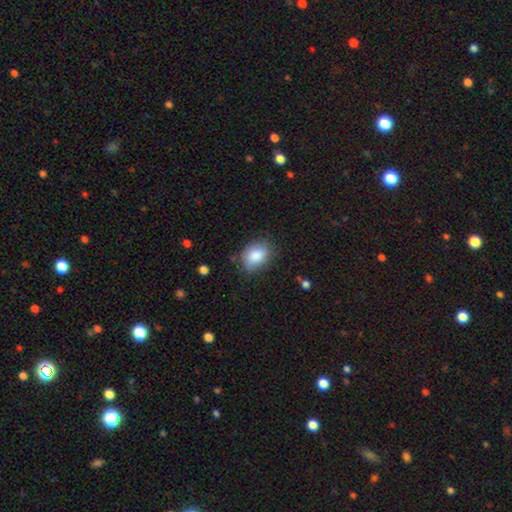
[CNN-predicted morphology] type=smooth (87%); roundness=in between (77%); merging=none (75%).